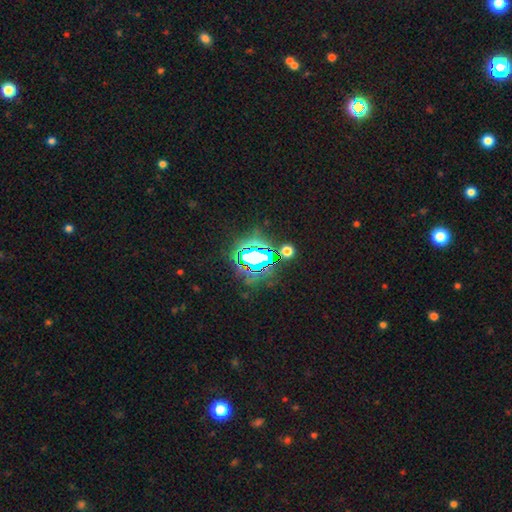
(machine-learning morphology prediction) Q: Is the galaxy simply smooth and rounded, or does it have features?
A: star or artifact — 72%.